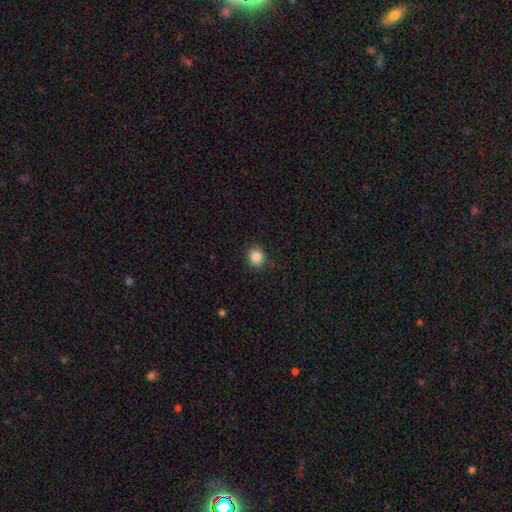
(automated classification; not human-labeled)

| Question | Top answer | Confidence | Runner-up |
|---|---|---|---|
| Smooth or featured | smooth | 86% | star or artifact (10%) |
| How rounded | round | 79% | in between (20%) |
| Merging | none | 88% | minor disturbance (8%) |